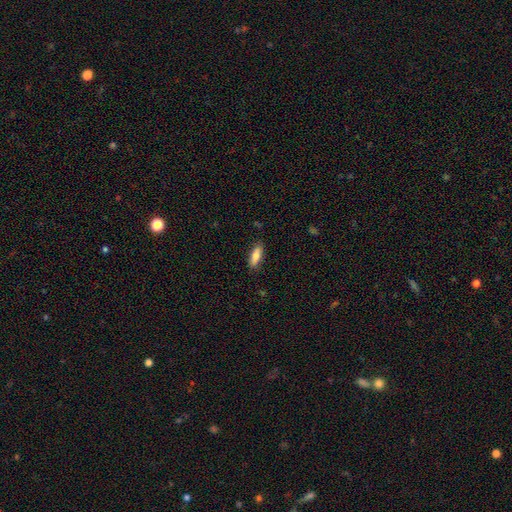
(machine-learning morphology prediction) Q: Smooth or featured?
A: smooth (78%); runner-up: featured or disk (16%)
Q: How rounded?
A: in between (61%); runner-up: cigar-shaped (37%)
Q: Merging?
A: none (85%); runner-up: minor disturbance (11%)